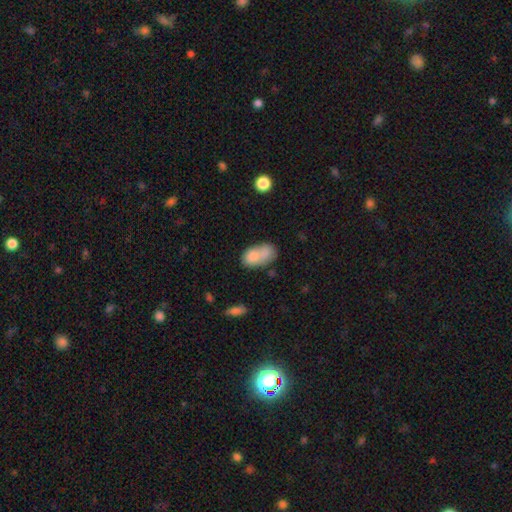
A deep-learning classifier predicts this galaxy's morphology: Overall: smooth (76%). How rounded: in between (86%). Merging: merger (47%; none 28%).